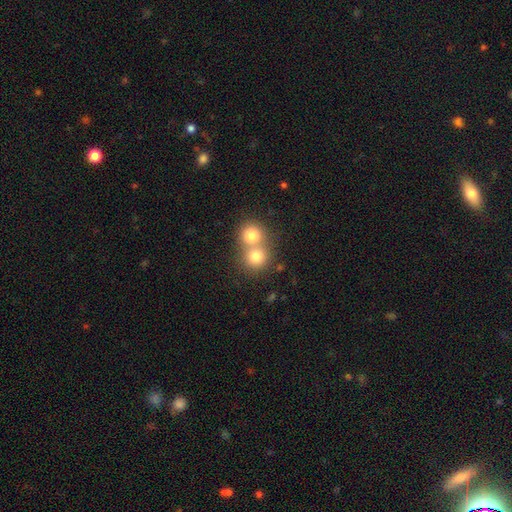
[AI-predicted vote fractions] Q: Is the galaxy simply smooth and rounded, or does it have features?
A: smooth — 77%.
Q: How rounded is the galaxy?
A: round — 85%.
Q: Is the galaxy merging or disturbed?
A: merger — 56%.